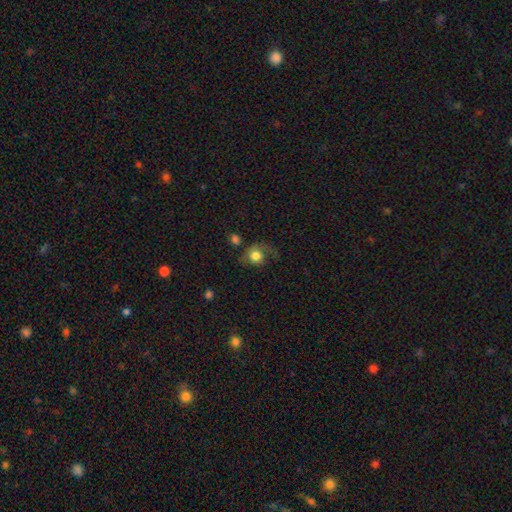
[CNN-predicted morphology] Smooth or featured?
  - smooth: 73% *
  - featured or disk: 18%
  - star or artifact: 9%
How rounded?
  - round: 74% *
  - in between: 25%
  - cigar-shaped: 1%
Merging?
  - none: 38% *
  - major disturbance: 31%
  - minor disturbance: 25%
  - merger: 5%